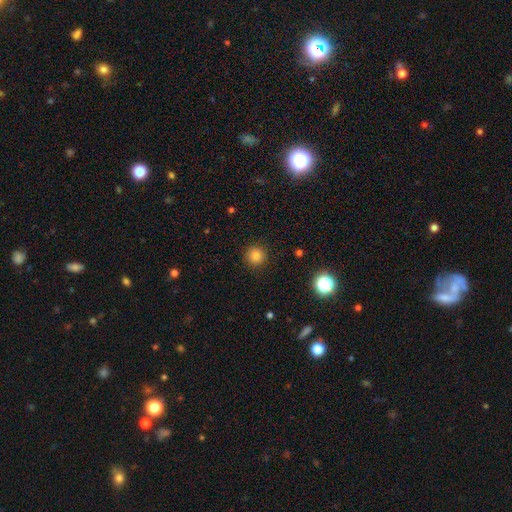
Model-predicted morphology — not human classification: Smooth or featured: smooth — 82% (star or artifact — 13%)
How rounded: round — 95% (in between — 4%)
Merging: none — 91% (minor disturbance — 5%)